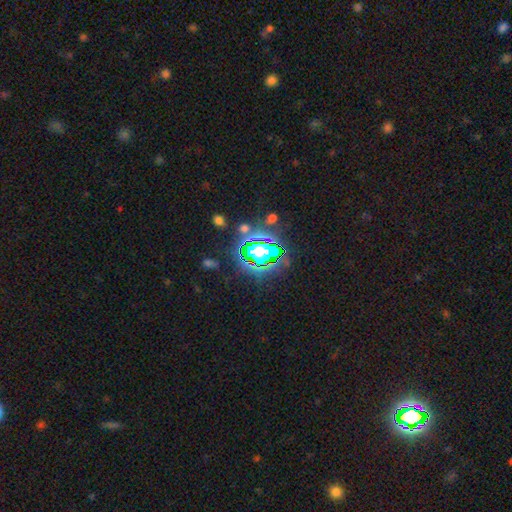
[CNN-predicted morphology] A star or artifact, not a galaxy (64%).

Vote fractions:
- Smooth or featured? star or artifact: 64% / smooth: 20% / featured or disk: 15%